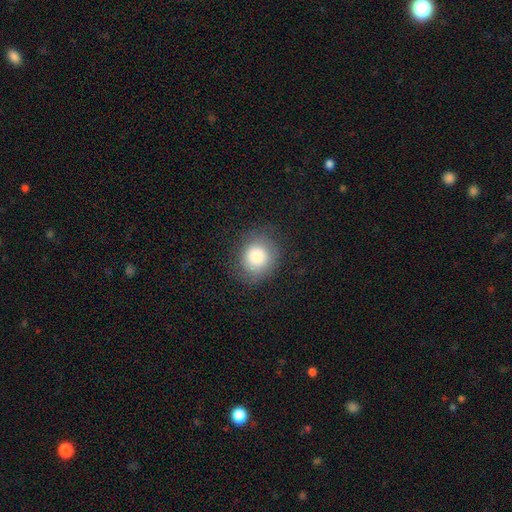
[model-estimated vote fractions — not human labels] The model was most divided on "how rounded": round: 75%, in between: 24%, cigar-shaped: 1%. More confident: merging — none (79%); smooth or featured — smooth (77%).